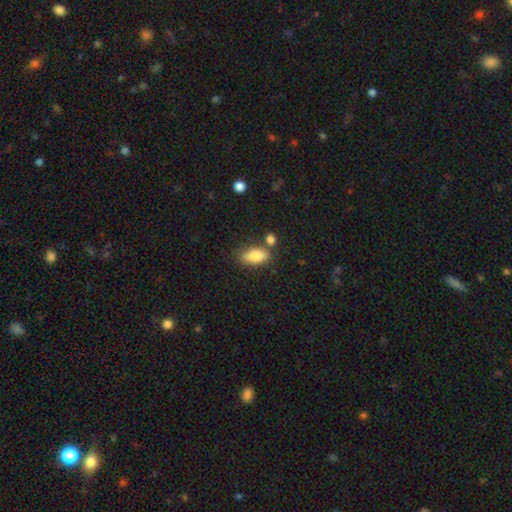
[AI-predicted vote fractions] A smooth galaxy with no disk features (82%) that is in between round and cigar-shaped (87%).

Vote fractions:
- Smooth or featured? smooth: 82% / featured or disk: 11% / star or artifact: 7%
- How rounded? in between: 87% / cigar-shaped: 9% / round: 4%
- Merging? none: 68% / minor disturbance: 15% / merger: 13% / major disturbance: 4%